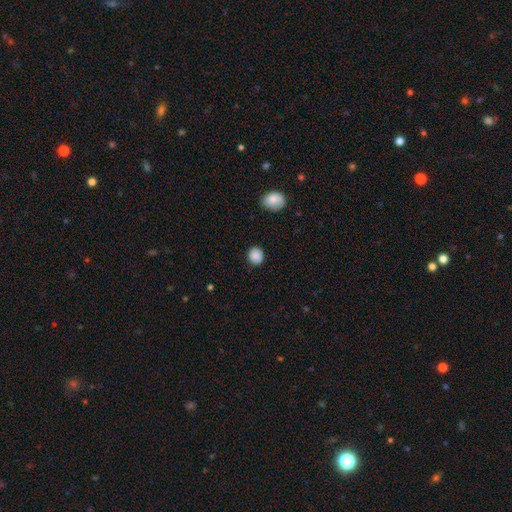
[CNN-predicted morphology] This is clearly a smooth galaxy (86%). How rounded: clearly round (80%). Merging: clearly none (87%).